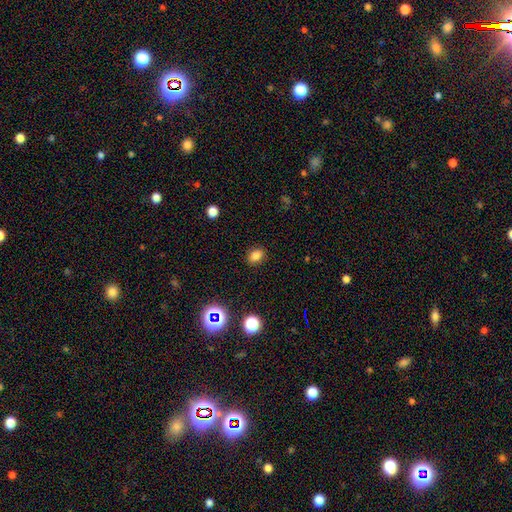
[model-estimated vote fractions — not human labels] A smooth galaxy with no disk features (80%) that is in between round and cigar-shaped (64%).

Vote fractions:
- Smooth or featured? smooth: 80% / star or artifact: 14% / featured or disk: 5%
- How rounded? in between: 64% / round: 35% / cigar-shaped: 1%
- Merging? none: 87% / minor disturbance: 9% / major disturbance: 3% / merger: 1%